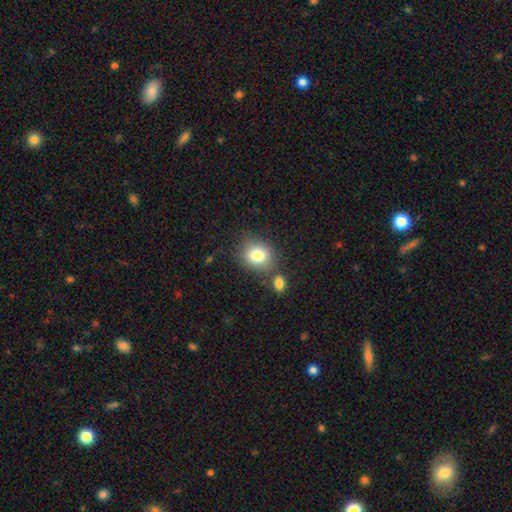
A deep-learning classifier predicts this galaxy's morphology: type=smooth (80%); roundness=round (63%); merging=none (70%).